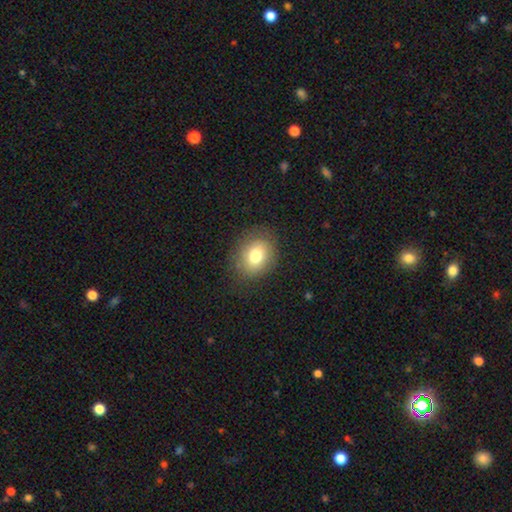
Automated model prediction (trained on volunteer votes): This is likely a smooth galaxy (77%). How rounded: possibly in between (52%). Merging: clearly none (82%).